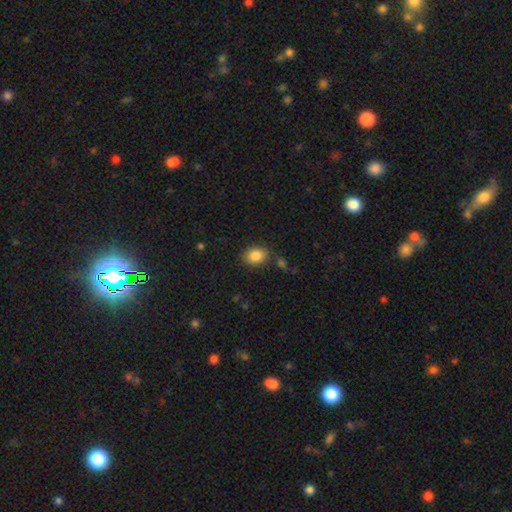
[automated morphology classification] Smooth or featured? Predicted: smooth (p=0.86). How rounded? Predicted: in between (p=0.67). Merging? Predicted: none (p=0.81).